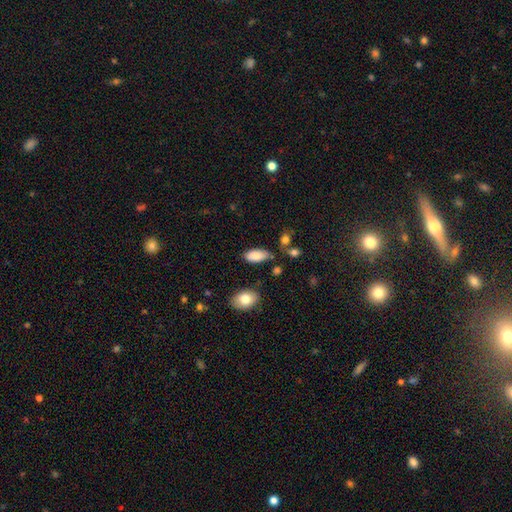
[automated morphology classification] smooth_or_featured: smooth (p=0.84) [alt: featured or disk p=0.09]
how_rounded: in between (p=0.92) [alt: cigar-shaped p=0.06]
merging: none (p=0.72) [alt: minor disturbance p=0.19]